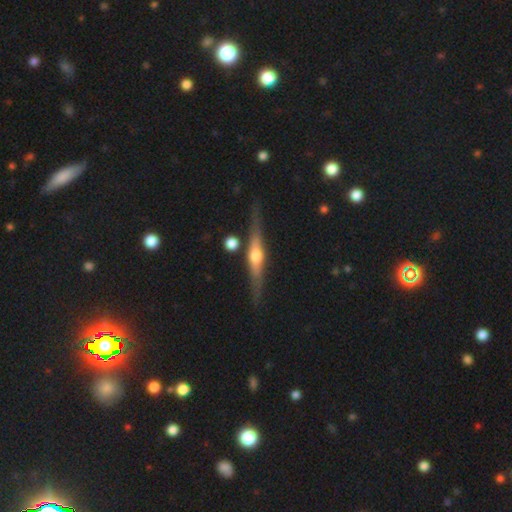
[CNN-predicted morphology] A featured or disk galaxy (73%) viewed edge-on (96%) with a rounded central bulge (91%).

Vote fractions:
- Smooth or featured? featured or disk: 73% / smooth: 21% / star or artifact: 6%
- Edge-on disk? yes: 96% / no: 4%
- Edge-on bulge? rounded: 91% / boxy: 5% / none: 4%
- Merging? none: 79% / minor disturbance: 13% / merger: 5% / major disturbance: 3%